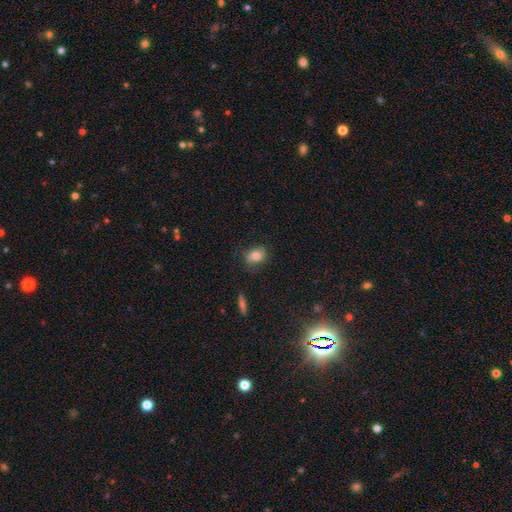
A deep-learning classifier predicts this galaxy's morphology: Smooth or featured: smooth — 65% (featured or disk — 25%)
How rounded: in between — 61% (round — 37%)
Merging: none — 67% (minor disturbance — 23%)